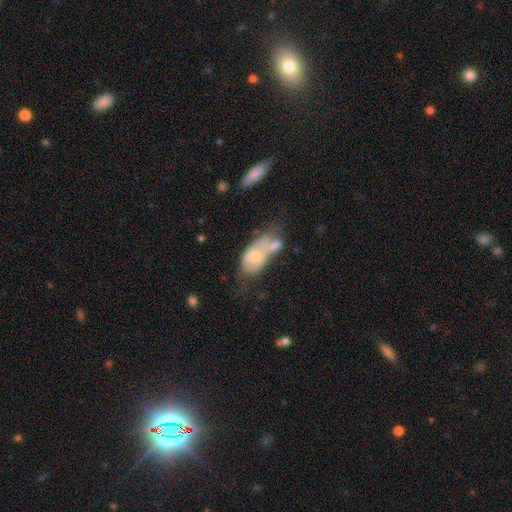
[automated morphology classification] Smooth or featured? smooth (47%)
Merging? merger (49%)